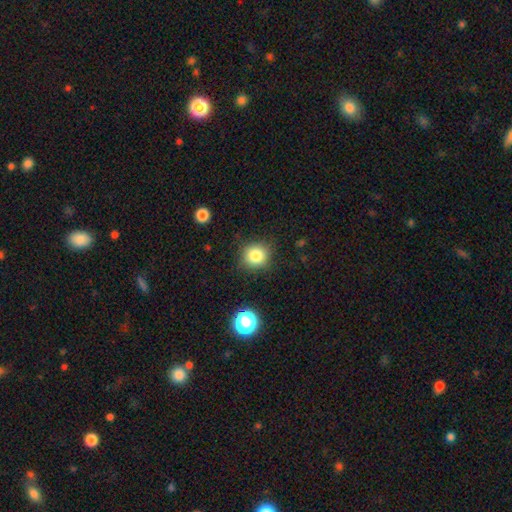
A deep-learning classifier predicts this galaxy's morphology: type=smooth (83%); roundness=round (87%); merging=none (84%).